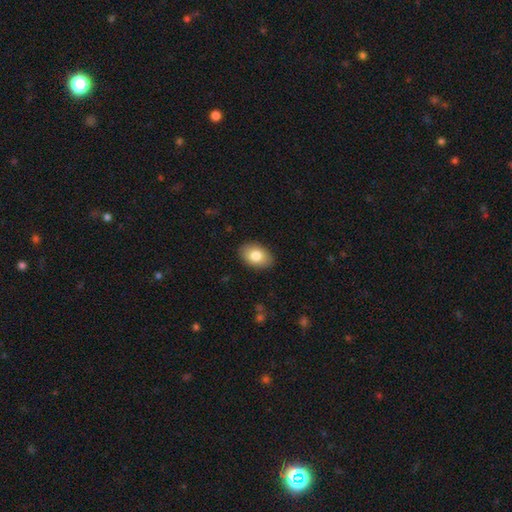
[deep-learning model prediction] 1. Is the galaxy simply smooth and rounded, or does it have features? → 82% smooth, 11% featured or disk, 7% star or artifact.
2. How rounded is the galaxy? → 89% in between, 9% round, 1% cigar-shaped.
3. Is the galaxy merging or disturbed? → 88% none, 9% minor disturbance, 2% major disturbance, 1% merger.